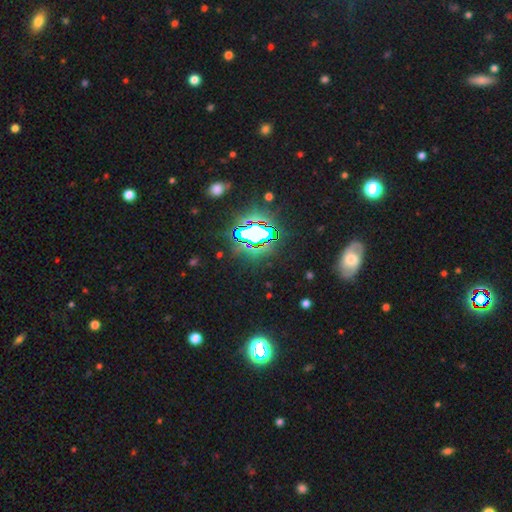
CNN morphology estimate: star or artifact 77%, smooth 14%, featured or disk 9%.